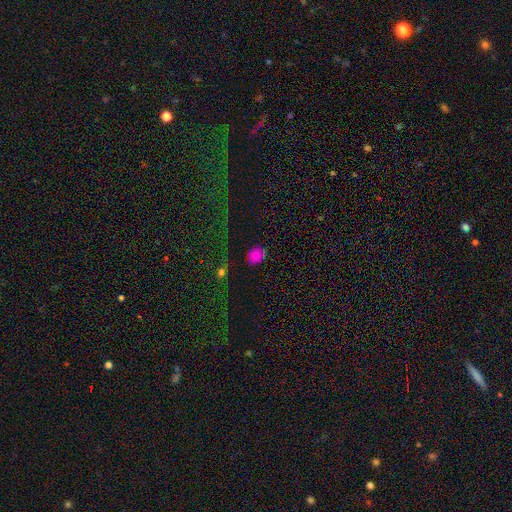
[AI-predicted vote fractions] Smooth or featured? smooth (77%)
How rounded? round (59%)
Merging? none (76%)